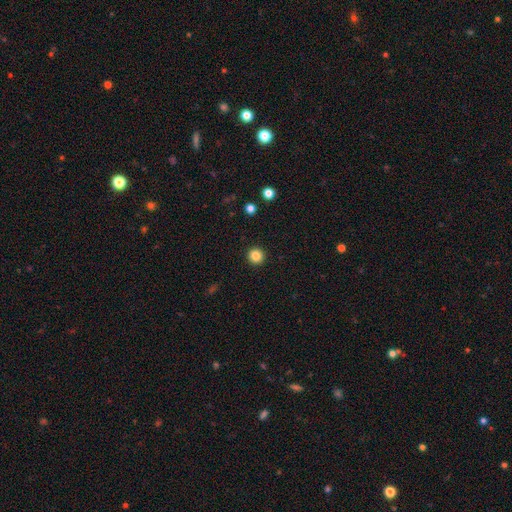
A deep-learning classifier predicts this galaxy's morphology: smooth_or_featured: smooth (p=0.85) [alt: star or artifact p=0.11]
how_rounded: round (p=0.95) [alt: in between p=0.04]
merging: none (p=0.94) [alt: minor disturbance p=0.04]